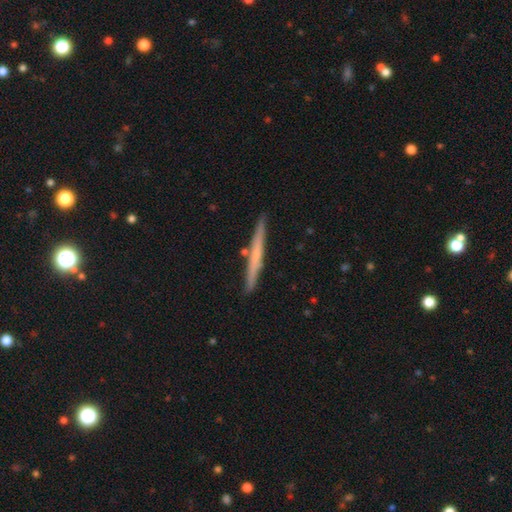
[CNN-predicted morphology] type=featured or disk (49%); merging=none (88%).